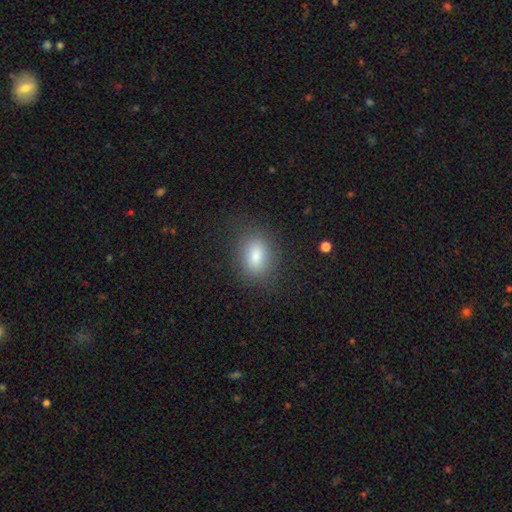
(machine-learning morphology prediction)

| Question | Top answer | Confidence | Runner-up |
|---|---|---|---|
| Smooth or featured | smooth | 81% | star or artifact (10%) |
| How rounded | in between | 76% | round (22%) |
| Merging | none | 82% | minor disturbance (12%) |